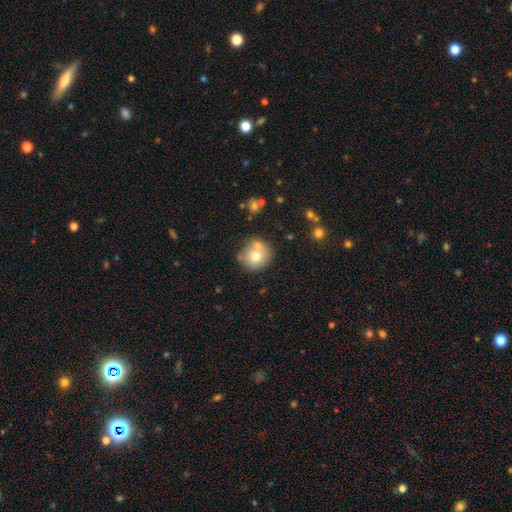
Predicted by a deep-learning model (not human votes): The model was most divided on "merging": none: 55%, merger: 27%, minor disturbance: 14%, major disturbance: 4%. More confident: how rounded — round (87%); smooth or featured — smooth (72%).